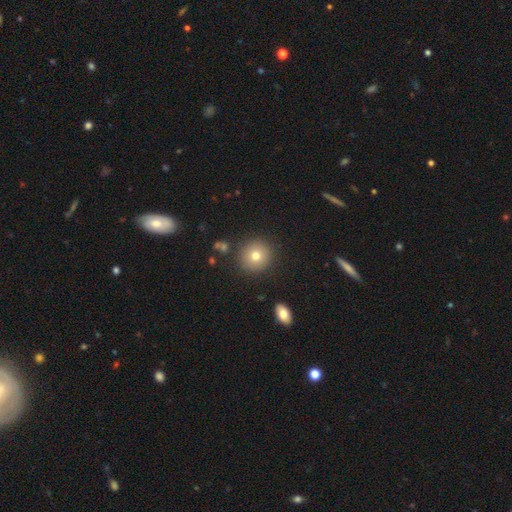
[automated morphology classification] Smooth or featured?
  - smooth: 76% *
  - featured or disk: 12%
  - star or artifact: 12%
How rounded?
  - round: 91% *
  - in between: 8%
  - cigar-shaped: 1%
Merging?
  - none: 88% *
  - minor disturbance: 7%
  - major disturbance: 3%
  - merger: 2%